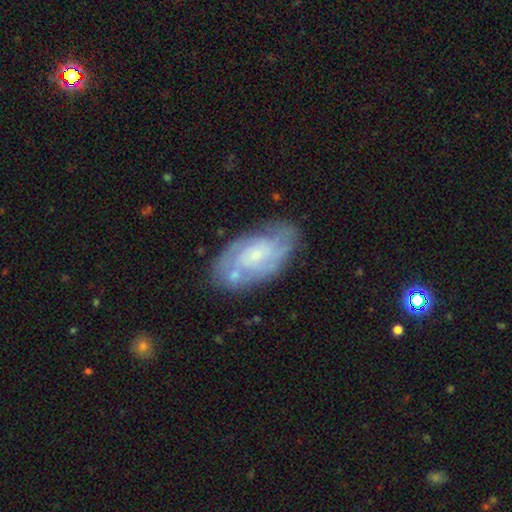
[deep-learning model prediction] A featured or disk galaxy (72%) with no bar (65%), tight (54%) spiral arms (86%) and a small central bulge (71%). Merging: none (68%).